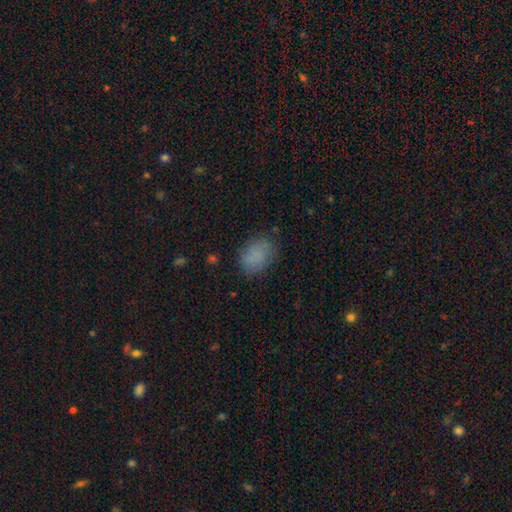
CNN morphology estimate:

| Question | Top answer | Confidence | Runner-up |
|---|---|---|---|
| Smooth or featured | smooth | 83% | star or artifact (9%) |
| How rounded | in between | 74% | round (25%) |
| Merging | none | 74% | minor disturbance (19%) |